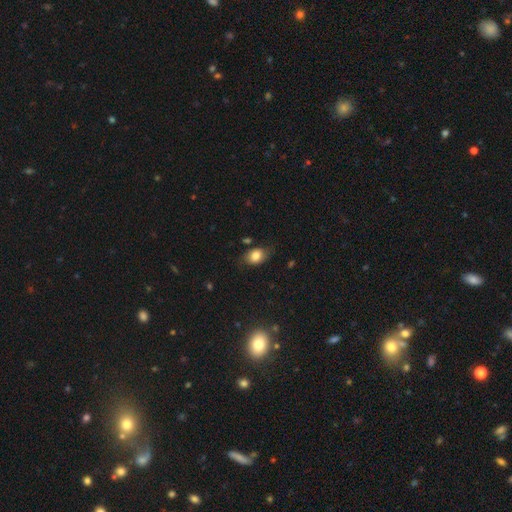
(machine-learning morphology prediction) A smooth galaxy with no disk features (80%) that is in between round and cigar-shaped (78%). Merging: none (70%).